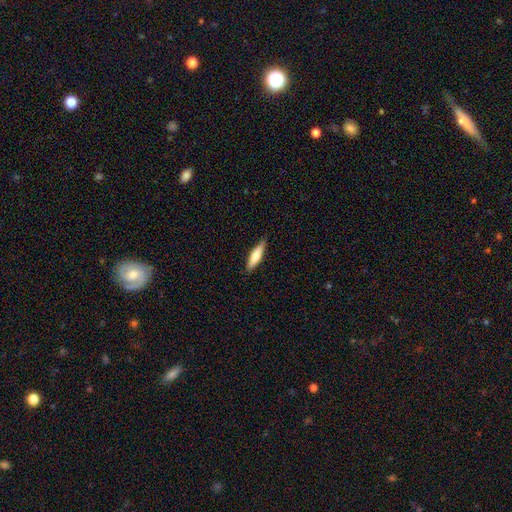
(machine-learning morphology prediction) The model was most divided on "smooth or featured": smooth: 63%, featured or disk: 31%, star or artifact: 5%. More confident: merging — none (88%); how rounded — cigar-shaped (72%).